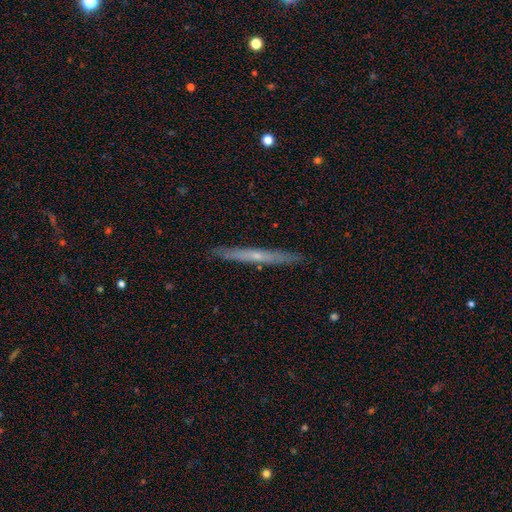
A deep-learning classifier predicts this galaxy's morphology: The model was most divided on "edge-on bulge": none: 54%, rounded: 43%, boxy: 3%. More confident: edge-on disk — yes (96%); merging — none (91%); smooth or featured — featured or disk (61%).